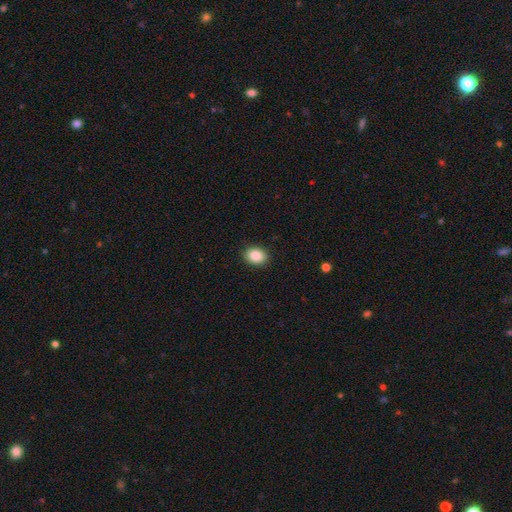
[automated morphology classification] smooth 89%, star or artifact 8%, featured or disk 3%. Down the decision tree: how rounded — in between (61%); merging — none (91%).